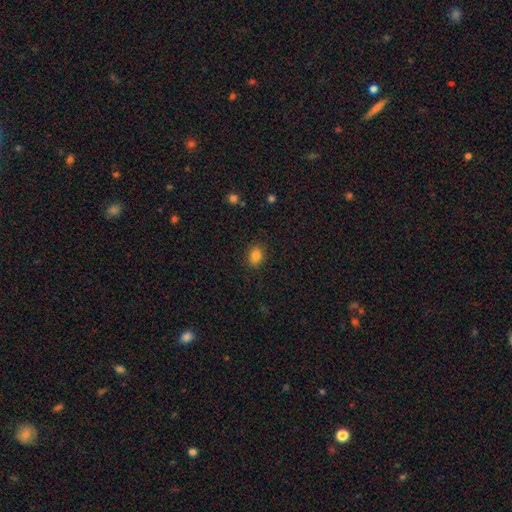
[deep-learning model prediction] Smooth or featured? Predicted: smooth (p=0.85). How rounded? Predicted: in between (p=0.67). Merging? Predicted: none (p=0.87).